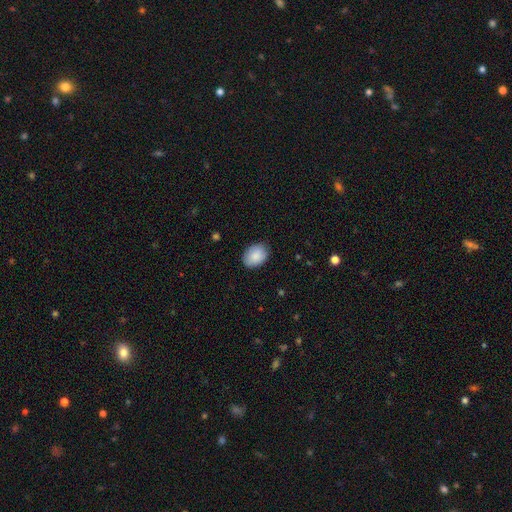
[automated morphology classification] This is clearly a smooth galaxy (89%). How rounded: likely in between (76%). Merging: clearly none (84%).